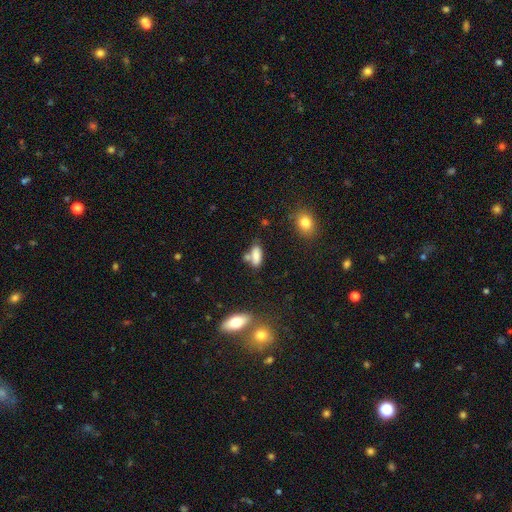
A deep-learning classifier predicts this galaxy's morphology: Smooth or featured? Predicted: smooth (p=0.80). How rounded? Predicted: in between (p=0.75). Merging? Predicted: none (p=0.49).